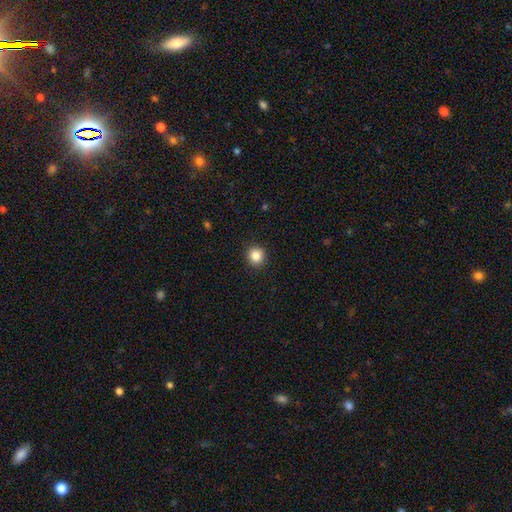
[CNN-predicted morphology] This is clearly a smooth galaxy (85%). How rounded: clearly round (90%). Merging: clearly none (91%).